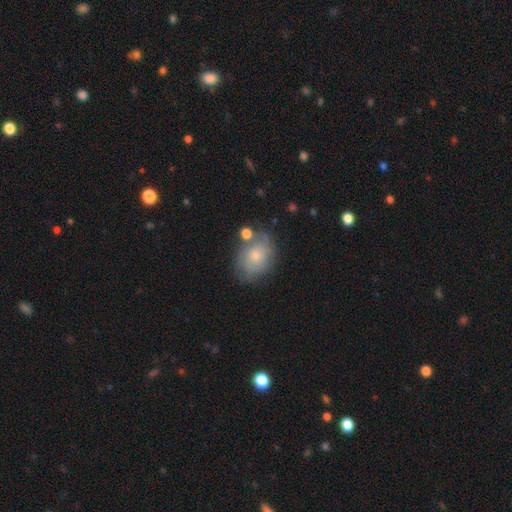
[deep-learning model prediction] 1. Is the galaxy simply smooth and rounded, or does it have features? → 61% smooth, 30% featured or disk, 9% star or artifact.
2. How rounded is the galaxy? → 62% in between, 36% round, 1% cigar-shaped.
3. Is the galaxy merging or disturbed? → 58% none, 24% minor disturbance, 9% merger, 9% major disturbance.